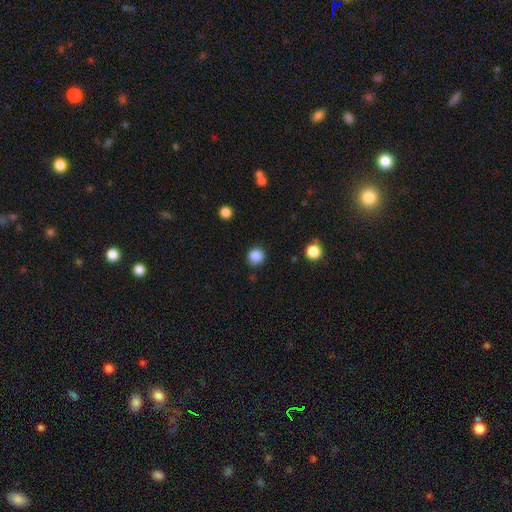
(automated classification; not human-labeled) Morphology: type=smooth (86%); roundness=round (91%); merging=none (87%).